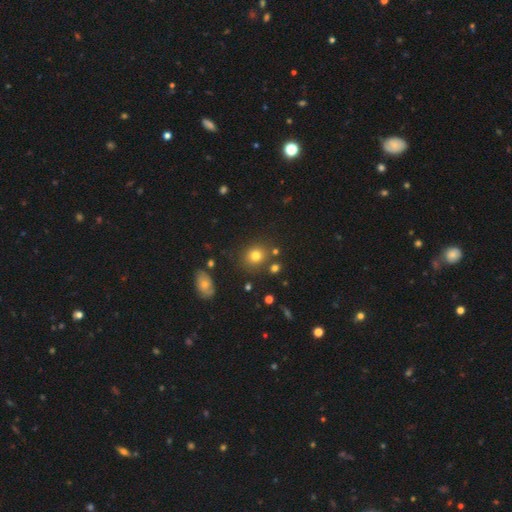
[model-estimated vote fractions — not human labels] smooth_or_featured: smooth (p=0.76) [alt: star or artifact p=0.15]
how_rounded: round (p=0.76) [alt: in between p=0.23]
merging: none (p=0.80) [alt: minor disturbance p=0.10]